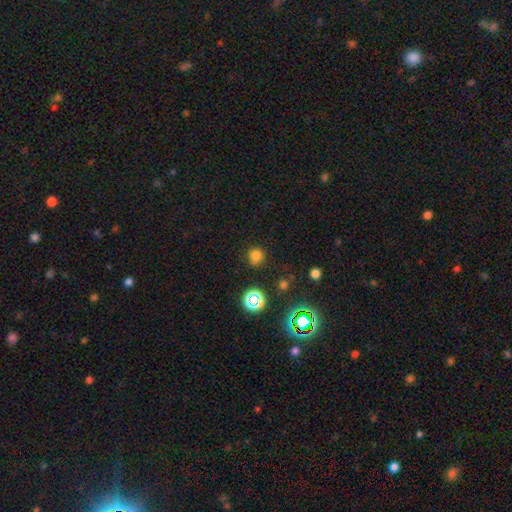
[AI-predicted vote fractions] Smooth or featured? Predicted: smooth (p=0.74). How rounded? Predicted: round (p=0.88). Merging? Predicted: none (p=0.81).